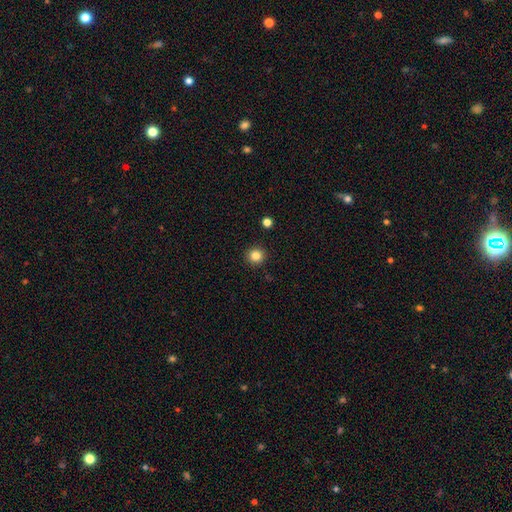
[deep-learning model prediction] Smooth or featured?
  - smooth: 83% *
  - star or artifact: 12%
  - featured or disk: 5%
How rounded?
  - round: 94% *
  - in between: 5%
  - cigar-shaped: 1%
Merging?
  - none: 92% *
  - minor disturbance: 5%
  - major disturbance: 2%
  - merger: 1%